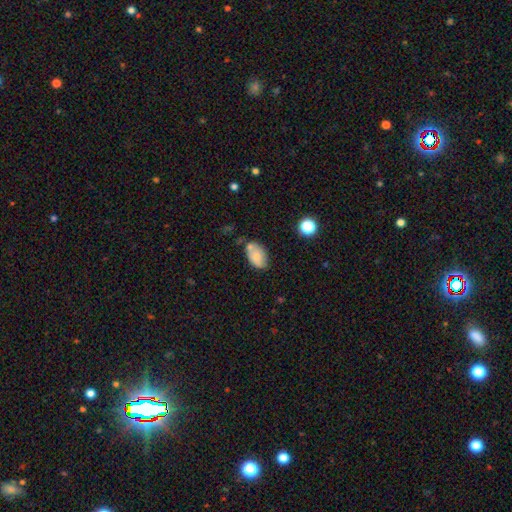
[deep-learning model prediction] This is likely a smooth galaxy (78%). How rounded: clearly in between (92%). Merging: possibly none (57%).